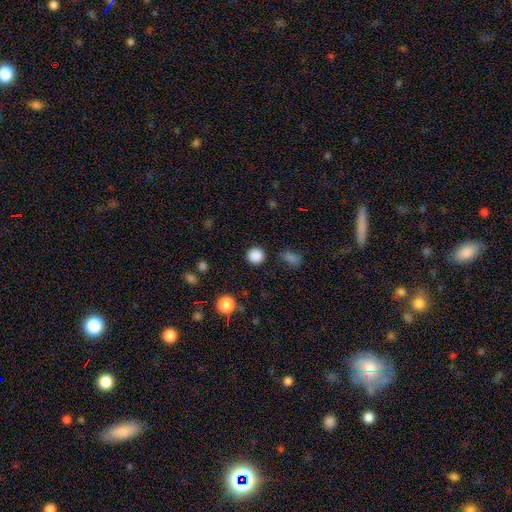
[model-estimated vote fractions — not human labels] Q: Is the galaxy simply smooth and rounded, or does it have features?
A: smooth — 86%.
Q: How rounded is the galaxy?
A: round — 93%.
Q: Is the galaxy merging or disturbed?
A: none — 90%.